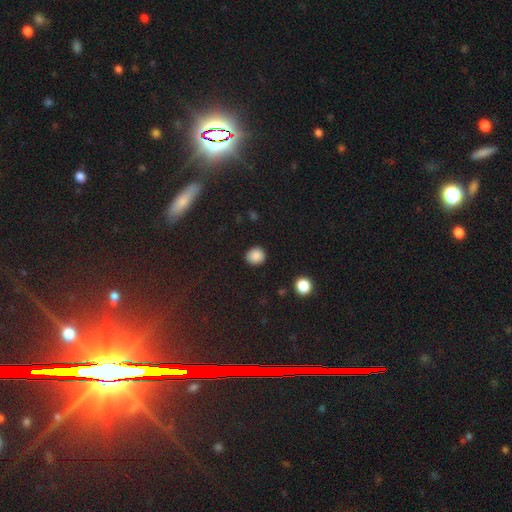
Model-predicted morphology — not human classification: type=smooth (87%); roundness=round (83%); merging=none (89%).